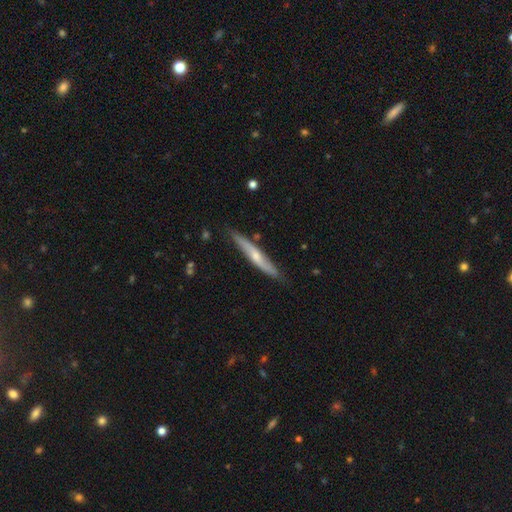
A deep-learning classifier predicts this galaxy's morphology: featured or disk 56%, smooth 39%, star or artifact 5%. Down the decision tree: edge-on disk — yes (87%); merging — none (81%).